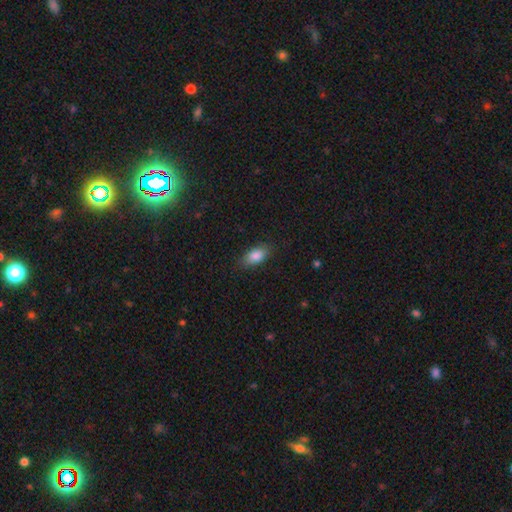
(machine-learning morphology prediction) This is clearly a smooth galaxy (86%). How rounded: clearly in between (88%). Merging: clearly none (83%).